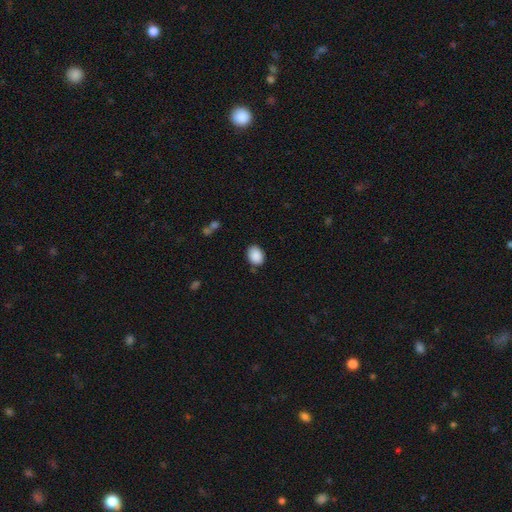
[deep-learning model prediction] Smooth or featured?
  - smooth: 90% *
  - star or artifact: 7%
  - featured or disk: 3%
How rounded?
  - in between: 68% *
  - round: 31%
  - cigar-shaped: 1%
Merging?
  - none: 83% *
  - minor disturbance: 12%
  - major disturbance: 3%
  - merger: 2%